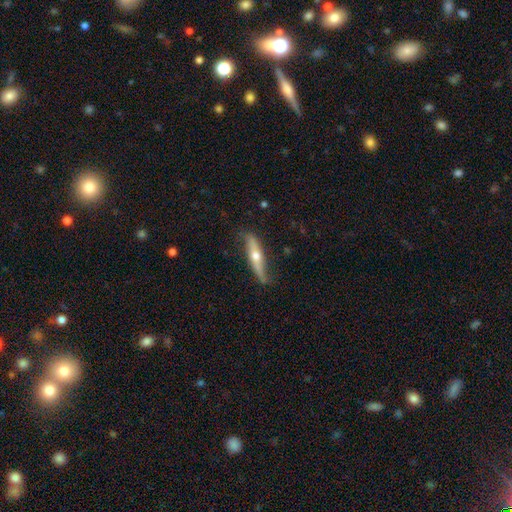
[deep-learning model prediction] This is likely a featured or disk galaxy (66%). It is likely viewed edge-on (74%). Merging: likely none (68%).